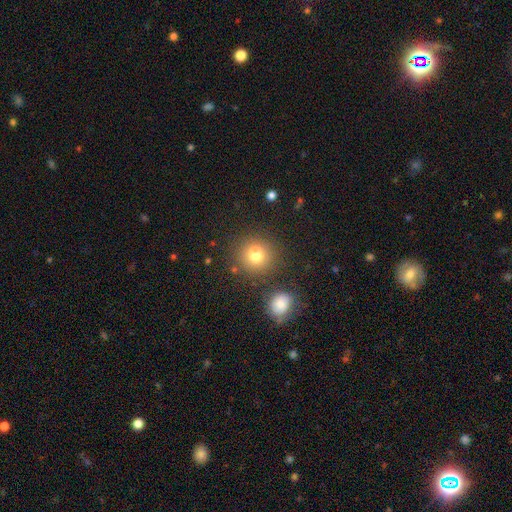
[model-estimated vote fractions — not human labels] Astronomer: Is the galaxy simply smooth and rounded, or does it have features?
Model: smooth — 73%.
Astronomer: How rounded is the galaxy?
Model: round — 82%.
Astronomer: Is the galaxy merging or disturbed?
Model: none — 60%.